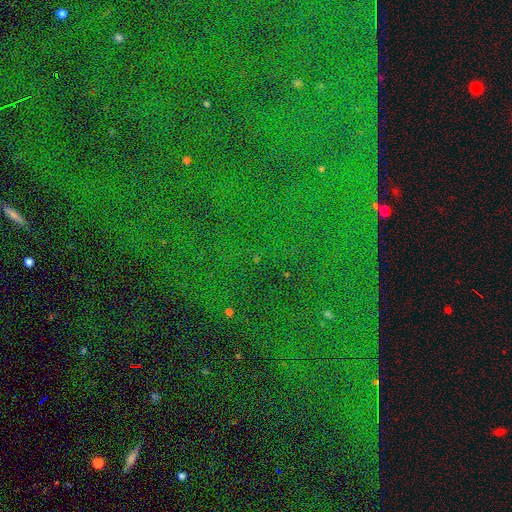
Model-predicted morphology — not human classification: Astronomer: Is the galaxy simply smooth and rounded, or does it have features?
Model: star or artifact — 85%.